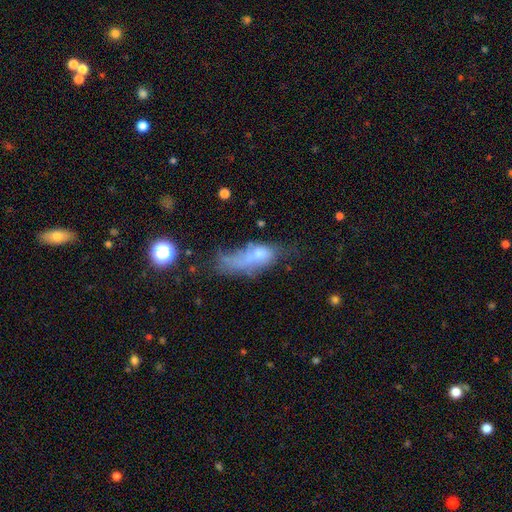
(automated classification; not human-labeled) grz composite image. It shows a smooth galaxy with no disk features (52%) that is in between round and cigar-shaped (71%). Merging: major disturbance (45%).